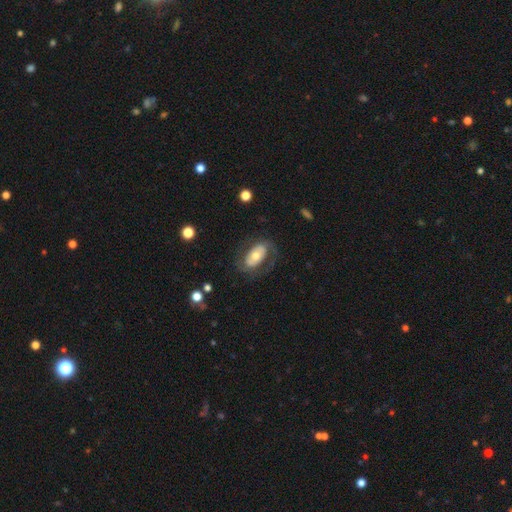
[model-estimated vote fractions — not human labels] Overall: featured or disk (56%; smooth 38%). Edge-on disk: no (92%). Bar: no (62%). Spiral arms: yes (56%; no 44%). Bulge size: moderate (59%; small 29%). Merging: none (65%).